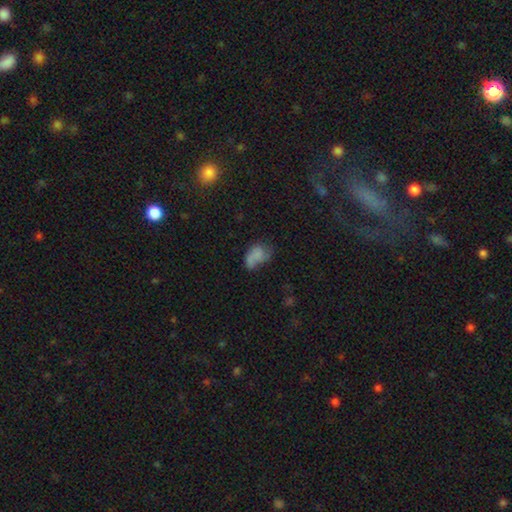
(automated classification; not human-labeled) This appears to be a smooth galaxy with no disk features (63%) that is in between round and cigar-shaped (82%). Merging: none (33%).